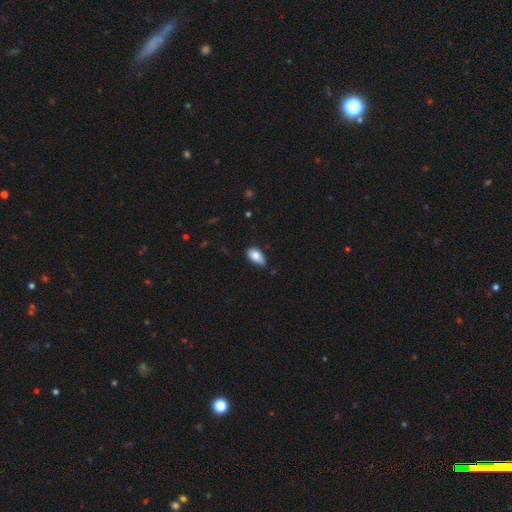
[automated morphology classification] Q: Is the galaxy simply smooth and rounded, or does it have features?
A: smooth — 84%.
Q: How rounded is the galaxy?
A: in between — 92%.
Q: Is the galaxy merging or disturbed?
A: none — 48%.